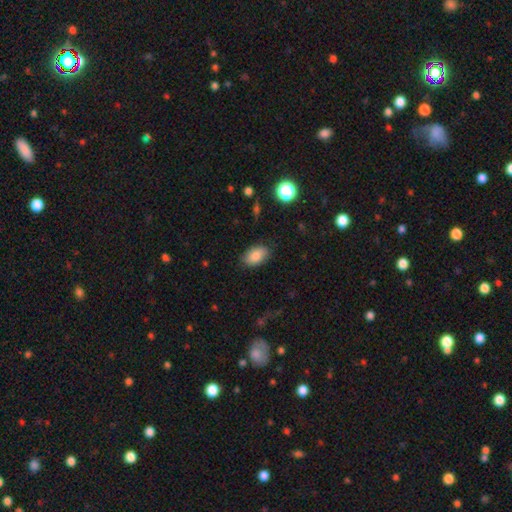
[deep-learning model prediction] This is clearly a smooth galaxy (86%). How rounded: clearly in between (91%). Merging: clearly none (83%).